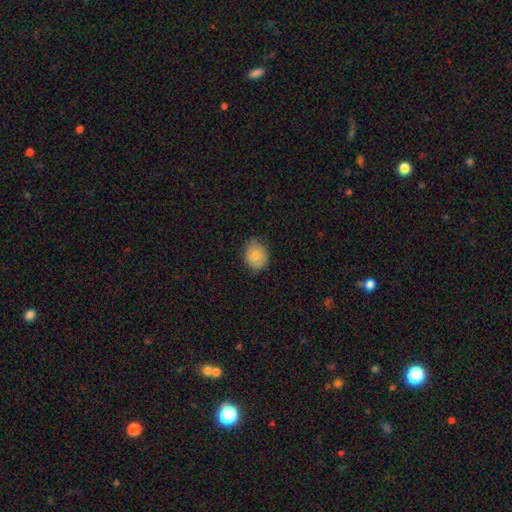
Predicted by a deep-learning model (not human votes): Smooth or featured?
  - smooth: 77% *
  - featured or disk: 15%
  - star or artifact: 8%
How rounded?
  - round: 50% *
  - in between: 49%
  - cigar-shaped: 1%
Merging?
  - none: 70% *
  - minor disturbance: 24%
  - major disturbance: 4%
  - merger: 1%